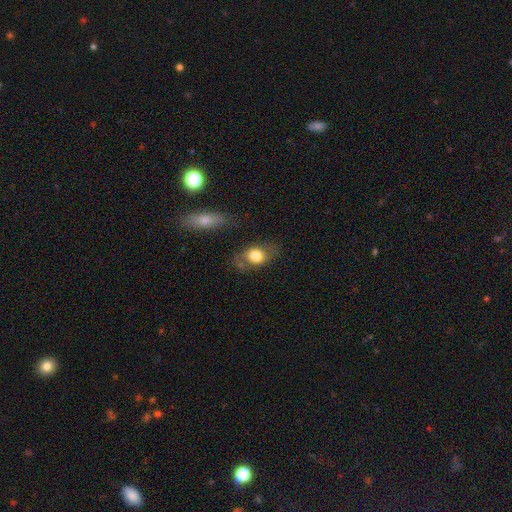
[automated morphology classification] smooth-or-featured: smooth: 73% | featured or disk: 20% | star or artifact: 8%
  how-rounded: in between: 70% | round: 28% | cigar-shaped: 3%
  merging: none: 63% | minor disturbance: 21% | major disturbance: 9% | merger: 7%